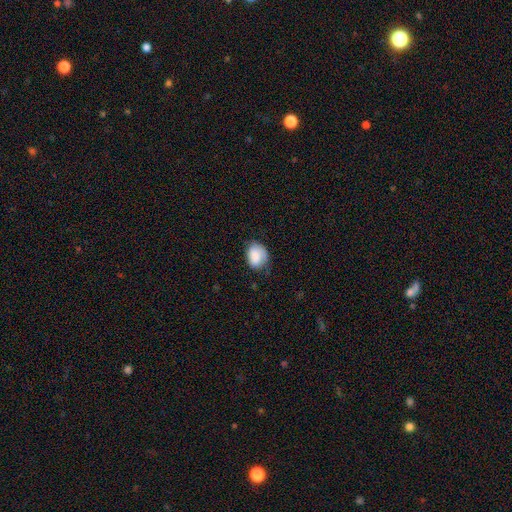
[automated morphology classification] The model was most divided on "merging": none: 59%, minor disturbance: 31%, major disturbance: 9%, merger: 2%. More confident: smooth or featured — smooth (82%); how rounded — in between (65%).